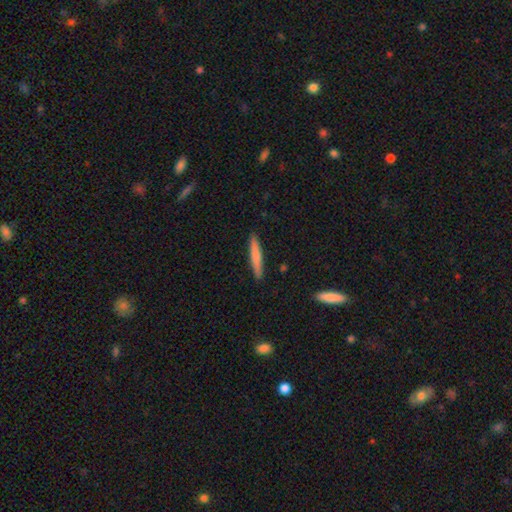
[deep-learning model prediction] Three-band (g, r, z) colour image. It shows a smooth galaxy with no disk features (73%) that is cigar-shaped (94%). Merging: none (90%).